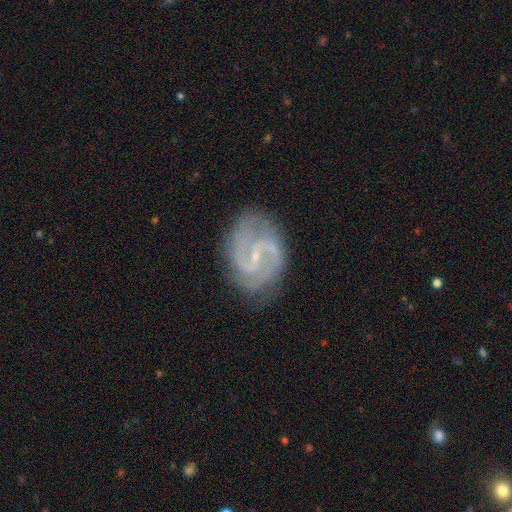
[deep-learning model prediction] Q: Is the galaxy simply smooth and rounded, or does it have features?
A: featured or disk — 90%.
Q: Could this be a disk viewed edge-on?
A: no — 98%.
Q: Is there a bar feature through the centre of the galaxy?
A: weak — 54%.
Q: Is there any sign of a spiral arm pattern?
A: yes — 97%.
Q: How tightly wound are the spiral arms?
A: medium — 55%.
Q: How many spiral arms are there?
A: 2 — 83%.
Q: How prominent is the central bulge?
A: small — 81%.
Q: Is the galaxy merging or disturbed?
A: none — 77%.